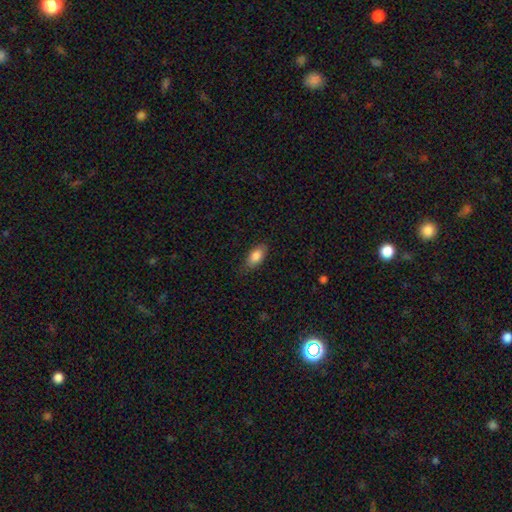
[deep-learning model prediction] smooth_or_featured: smooth (p=0.85) [alt: featured or disk p=0.08]
how_rounded: in between (p=0.90) [alt: cigar-shaped p=0.07]
merging: none (p=0.79) [alt: minor disturbance p=0.16]